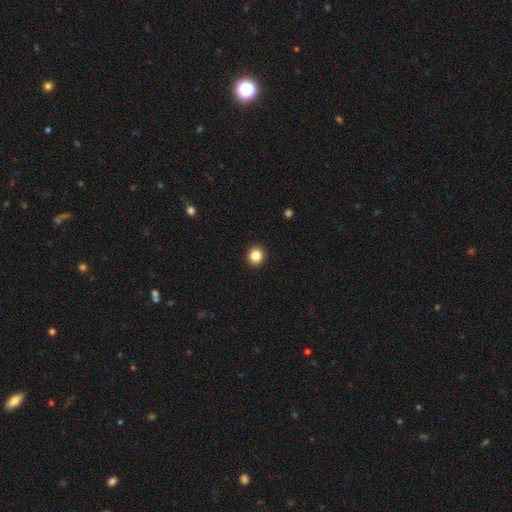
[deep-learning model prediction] The model was most divided on "how rounded": round: 87%, in between: 13%, cigar-shaped: 1%. More confident: merging — none (93%); smooth or featured — smooth (85%).